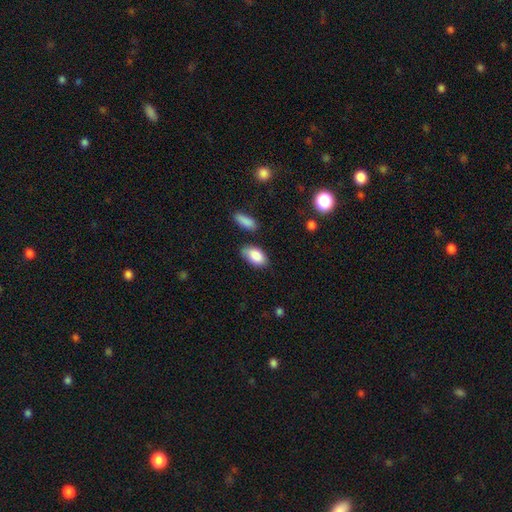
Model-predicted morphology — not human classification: type=smooth (87%); roundness=in between (93%); merging=none (72%).